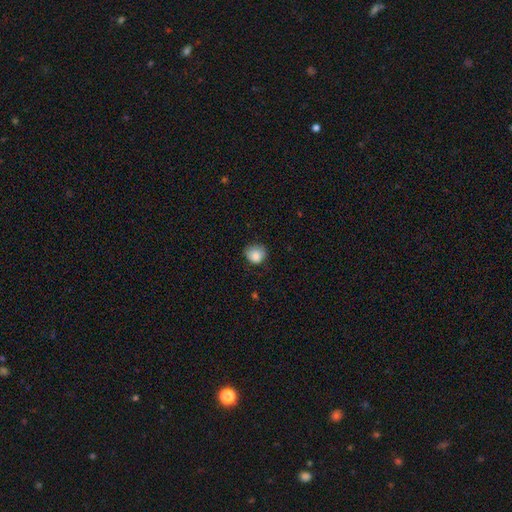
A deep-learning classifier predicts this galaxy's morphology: smooth-or-featured: smooth: 84% | star or artifact: 9% | featured or disk: 8%
  how-rounded: round: 74% | in between: 25% | cigar-shaped: 1%
  merging: none: 58% | minor disturbance: 32% | major disturbance: 8% | merger: 2%